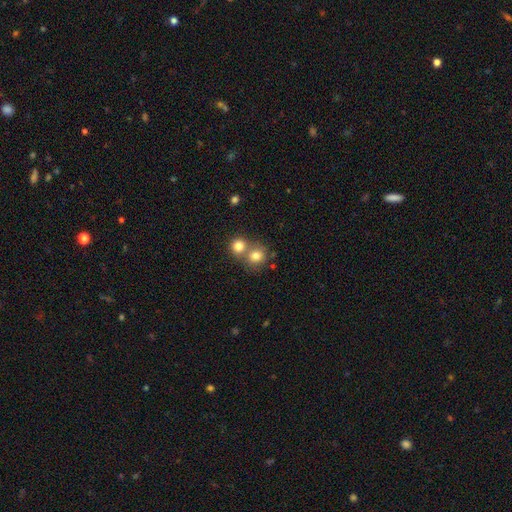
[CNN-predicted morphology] type=smooth (79%); roundness=round (85%); merging=none (46%).